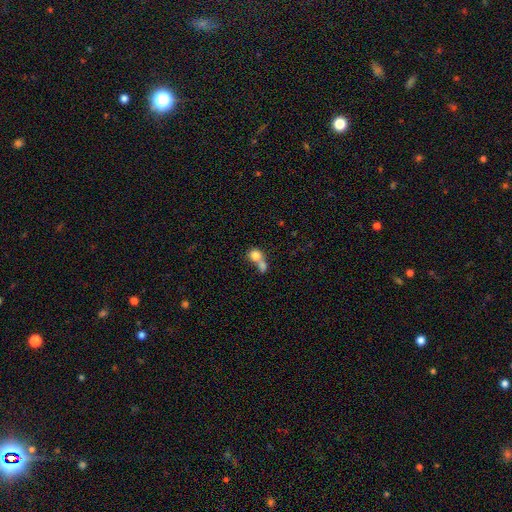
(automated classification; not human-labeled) Morphology: type=smooth (77%); roundness=round (74%); merging=merger (67%).